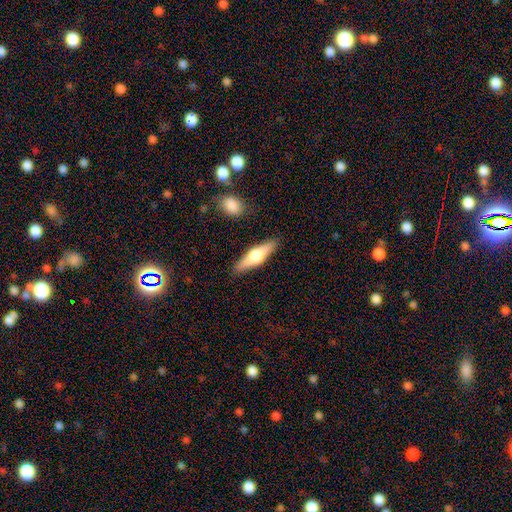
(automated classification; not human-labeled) Smooth or featured?
  - featured or disk: 51% *
  - smooth: 44%
  - star or artifact: 5%
Edge-on disk?
  - yes: 94% *
  - no: 6%
Merging?
  - none: 88% *
  - minor disturbance: 8%
  - merger: 2%
  - major disturbance: 2%